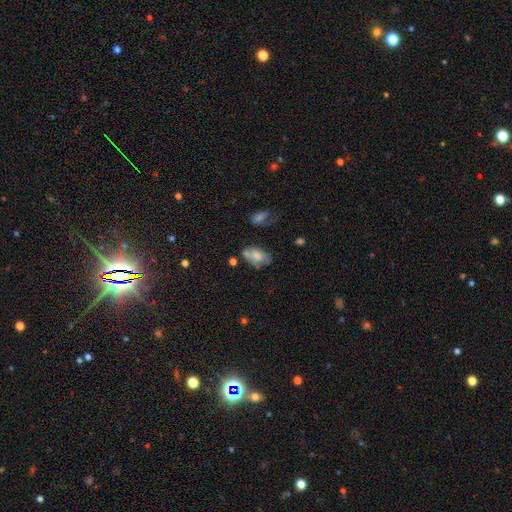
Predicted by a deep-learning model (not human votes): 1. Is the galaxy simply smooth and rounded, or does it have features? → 64% smooth, 27% featured or disk, 9% star or artifact.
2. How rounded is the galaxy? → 88% in between, 10% round, 2% cigar-shaped.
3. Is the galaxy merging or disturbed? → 42% none, 27% minor disturbance, 17% merger, 15% major disturbance.